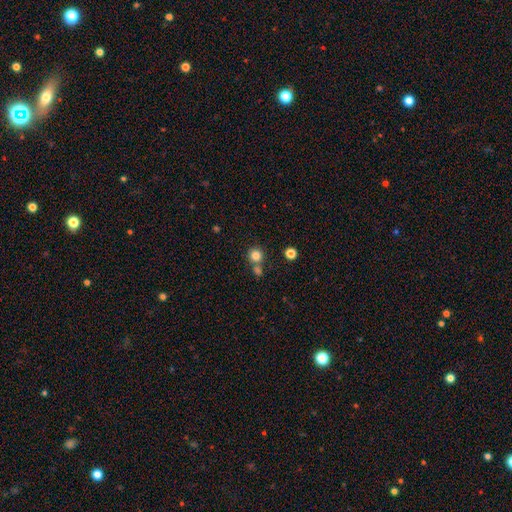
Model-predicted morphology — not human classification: The model was most divided on "merging": none: 65%, merger: 24%, minor disturbance: 8%, major disturbance: 3%. More confident: how rounded — round (92%); smooth or featured — smooth (82%).